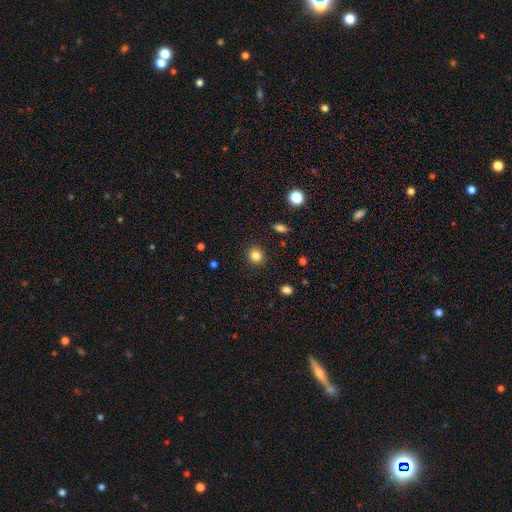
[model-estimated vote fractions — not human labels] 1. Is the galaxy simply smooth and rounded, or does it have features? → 83% smooth, 11% star or artifact, 5% featured or disk.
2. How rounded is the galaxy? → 84% round, 15% in between, 1% cigar-shaped.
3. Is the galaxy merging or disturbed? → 91% none, 6% minor disturbance, 2% major disturbance, 1% merger.